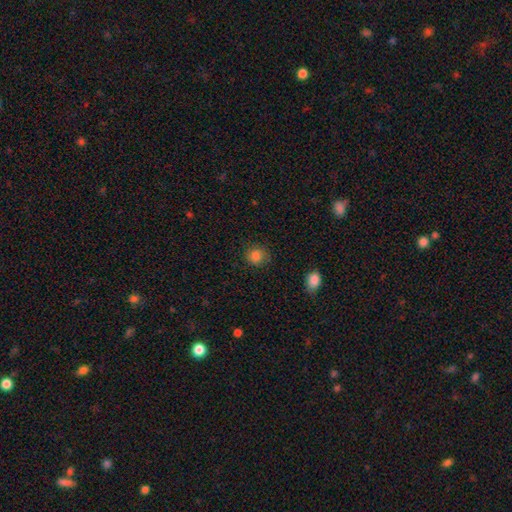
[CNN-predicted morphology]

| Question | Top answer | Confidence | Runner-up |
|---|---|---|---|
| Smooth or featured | smooth | 83% | star or artifact (11%) |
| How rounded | round | 79% | in between (20%) |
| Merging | none | 77% | minor disturbance (17%) |